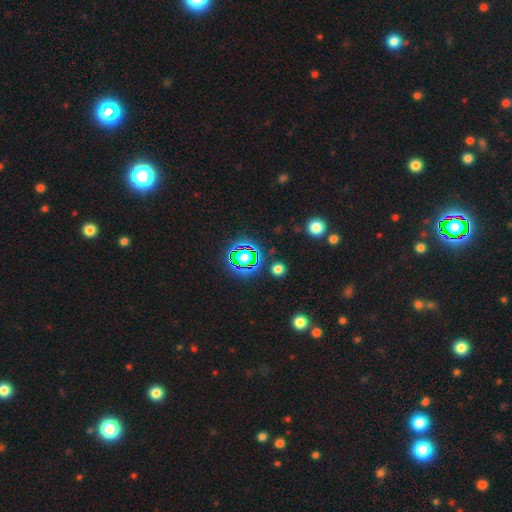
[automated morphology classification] Q: Smooth or featured?
A: star or artifact (79%); runner-up: smooth (14%)